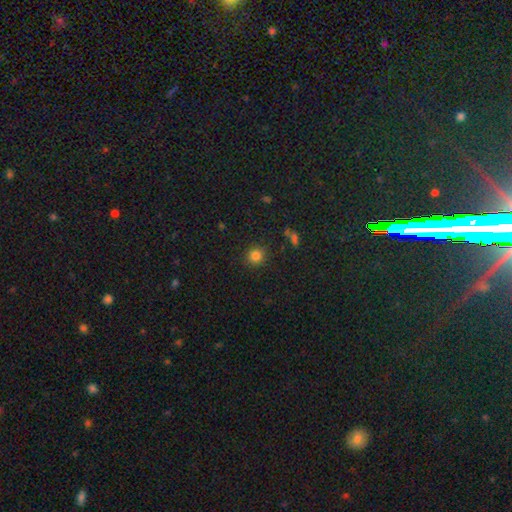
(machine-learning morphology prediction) Smooth or featured?
  - smooth: 81% *
  - star or artifact: 14%
  - featured or disk: 5%
How rounded?
  - round: 90% *
  - in between: 9%
  - cigar-shaped: 1%
Merging?
  - none: 88% *
  - minor disturbance: 8%
  - major disturbance: 3%
  - merger: 2%